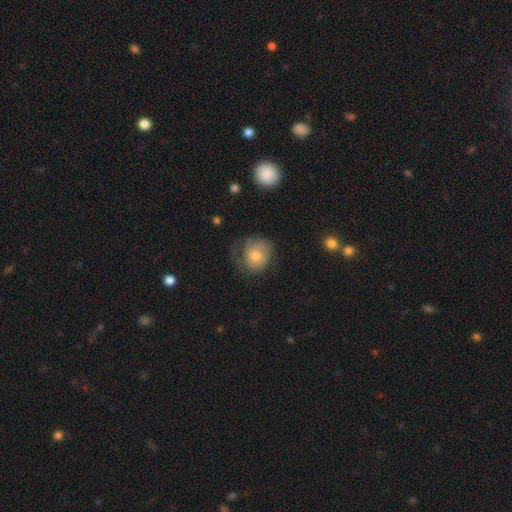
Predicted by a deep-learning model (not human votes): Morphology: type=smooth (54%); roundness=round (75%); merging=none (48%).